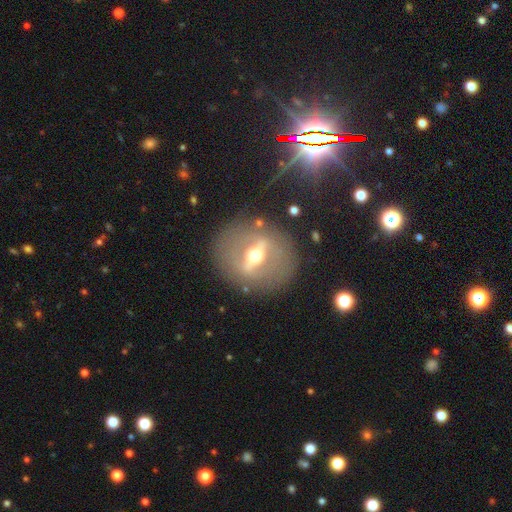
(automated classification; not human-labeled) featured or disk 77%, smooth 15%, star or artifact 8%. Down the decision tree: edge-on disk — no (66%); bar — strong (75%); spiral arms — no (83%); bulge size — moderate (73%); merging — none (82%).